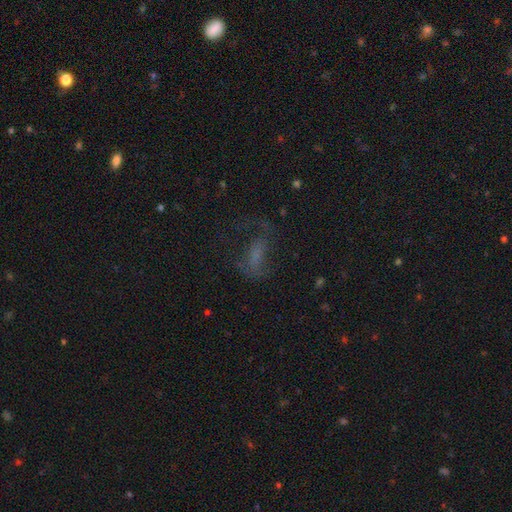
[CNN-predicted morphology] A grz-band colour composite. It shows a featured or disk galaxy (43%). Merging: none (43%).